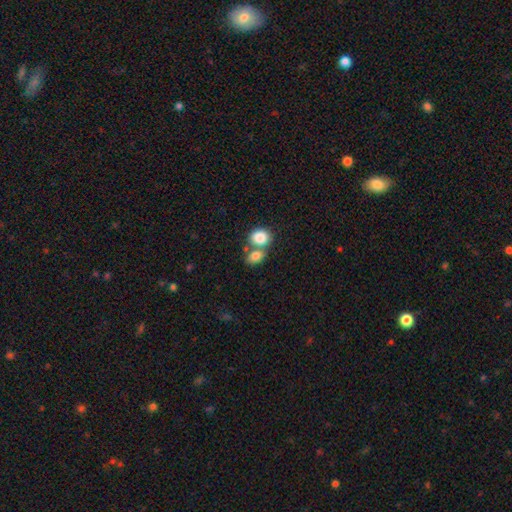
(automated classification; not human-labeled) The model was most divided on "merging": merger: 52%, none: 37%, minor disturbance: 8%, major disturbance: 3%. More confident: smooth or featured — smooth (83%); how rounded — in between (60%).